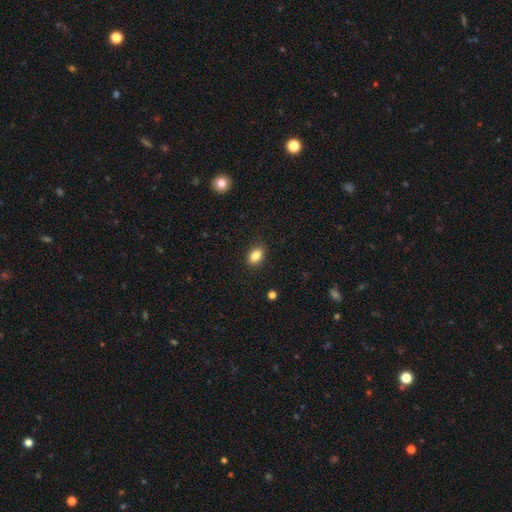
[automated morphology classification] This is clearly a smooth galaxy (85%). How rounded: clearly in between (83%). Merging: clearly none (88%).